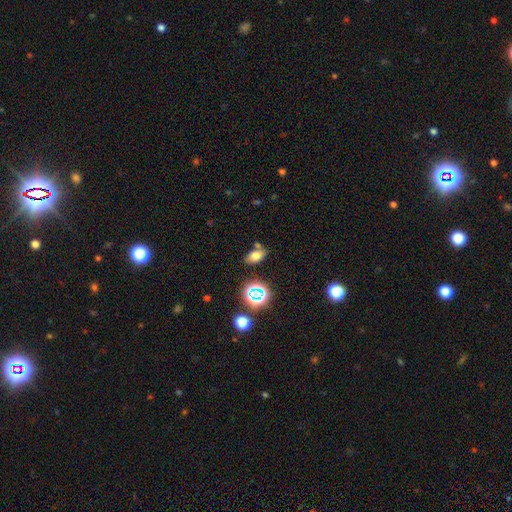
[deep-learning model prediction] Smooth or featured?
  - smooth: 69% *
  - star or artifact: 19%
  - featured or disk: 12%
How rounded?
  - in between: 85% *
  - round: 12%
  - cigar-shaped: 3%
Merging?
  - none: 71% *
  - minor disturbance: 14%
  - merger: 11%
  - major disturbance: 4%